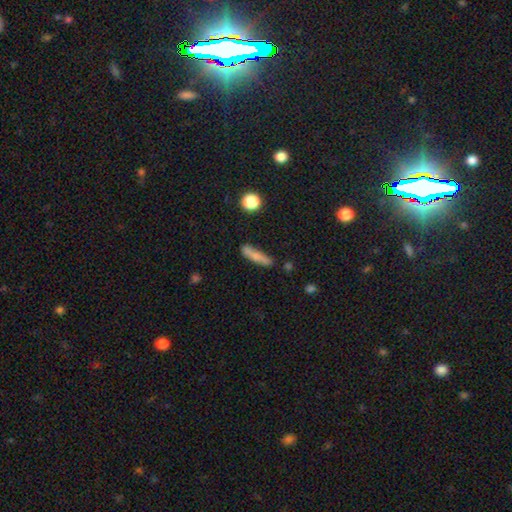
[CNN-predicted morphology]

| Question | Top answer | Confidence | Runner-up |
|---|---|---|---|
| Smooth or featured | smooth | 73% | featured or disk (19%) |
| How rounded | cigar-shaped | 77% | in between (20%) |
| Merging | none | 68% | minor disturbance (19%) |